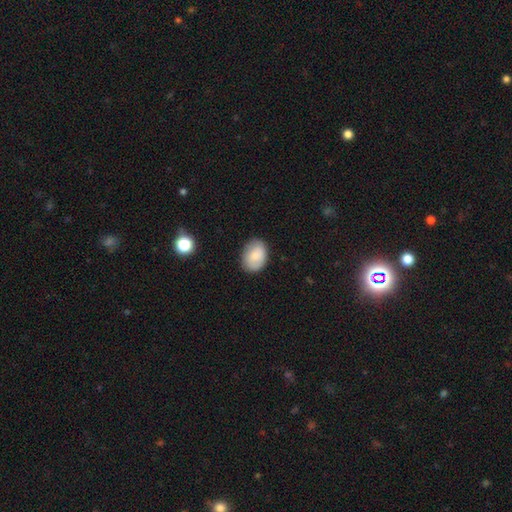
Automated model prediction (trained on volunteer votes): This appears to be a smooth galaxy with no disk features (82%) that is in between round and cigar-shaped (73%). Merging: none (82%).